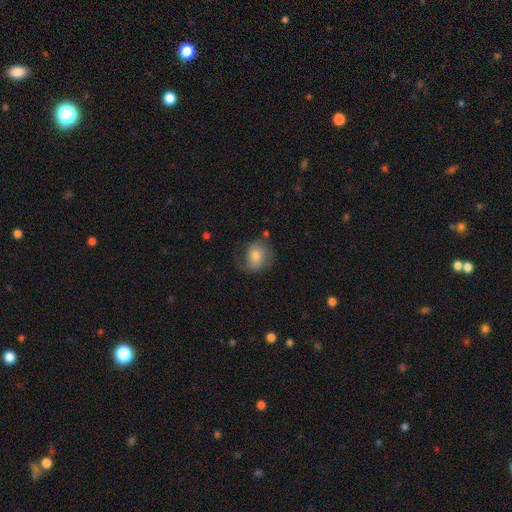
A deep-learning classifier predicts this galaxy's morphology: smooth-or-featured: smooth: 57% | featured or disk: 34% | star or artifact: 9%
  how-rounded: round: 64% | in between: 35% | cigar-shaped: 1%
  merging: none: 59% | minor disturbance: 24% | major disturbance: 14% | merger: 2%